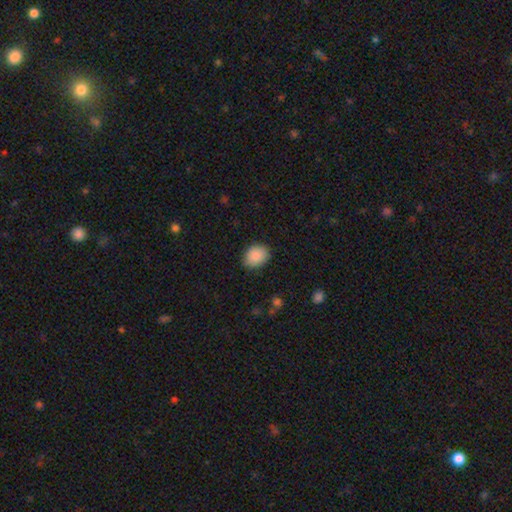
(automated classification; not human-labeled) Smooth or featured? Predicted: smooth (p=0.89). How rounded? Predicted: in between (p=0.61). Merging? Predicted: none (p=0.84).